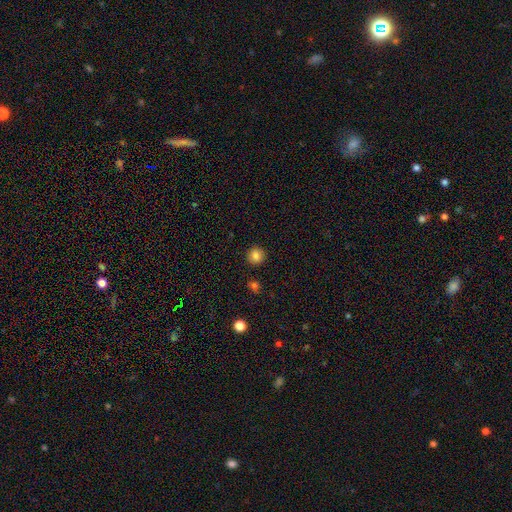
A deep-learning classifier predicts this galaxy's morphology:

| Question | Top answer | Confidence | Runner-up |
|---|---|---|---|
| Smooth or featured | smooth | 83% | star or artifact (11%) |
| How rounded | round | 92% | in between (7%) |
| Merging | none | 91% | minor disturbance (6%) |